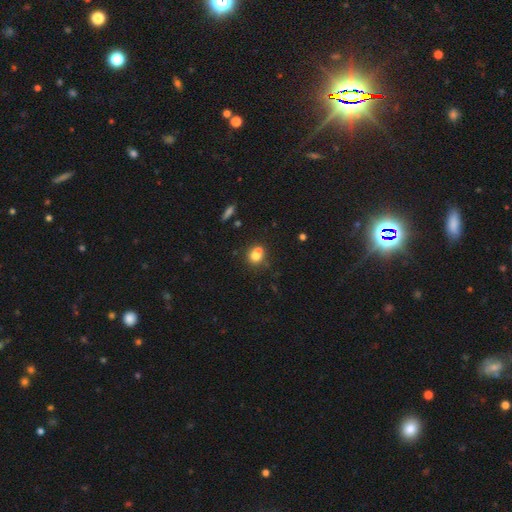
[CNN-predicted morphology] Smooth or featured? Predicted: smooth (p=0.72). How rounded? Predicted: round (p=0.77). Merging? Predicted: merger (p=0.49).